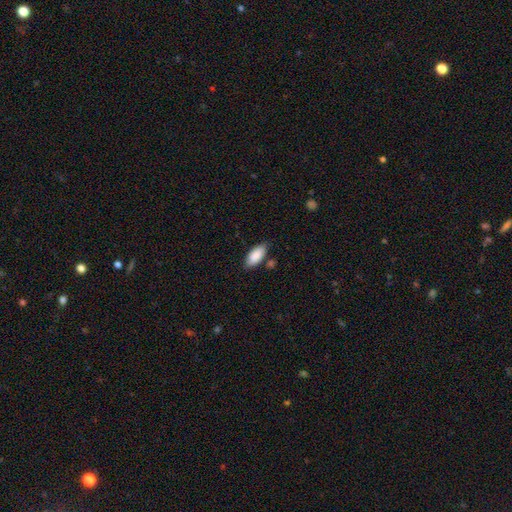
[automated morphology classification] Smooth or featured? smooth (89%)
How rounded? in between (89%)
Merging? none (78%)